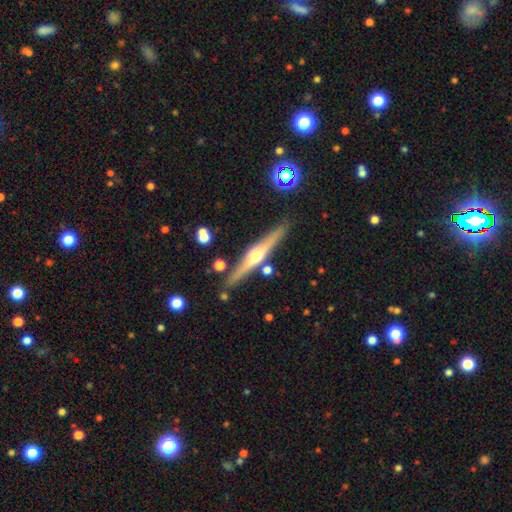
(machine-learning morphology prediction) Smooth or featured: featured or disk — 74% (smooth — 20%)
Edge-on disk: yes — 97% (no — 3%)
Edge-on bulge: rounded — 92% (none — 4%)
Merging: none — 86% (minor disturbance — 9%)